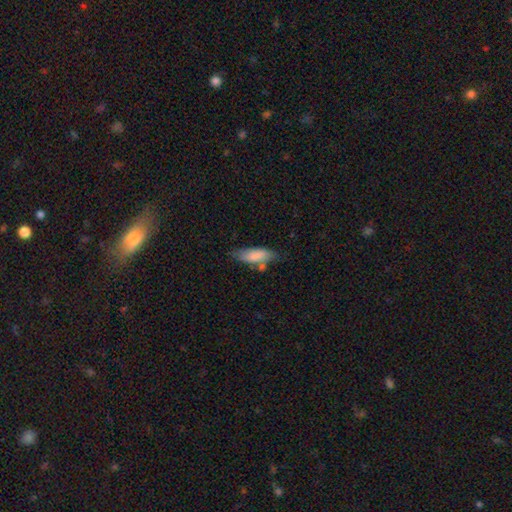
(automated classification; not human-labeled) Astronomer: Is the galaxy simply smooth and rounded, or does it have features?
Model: smooth — 81%.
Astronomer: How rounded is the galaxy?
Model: in between — 70%.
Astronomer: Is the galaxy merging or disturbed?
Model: none — 54%.